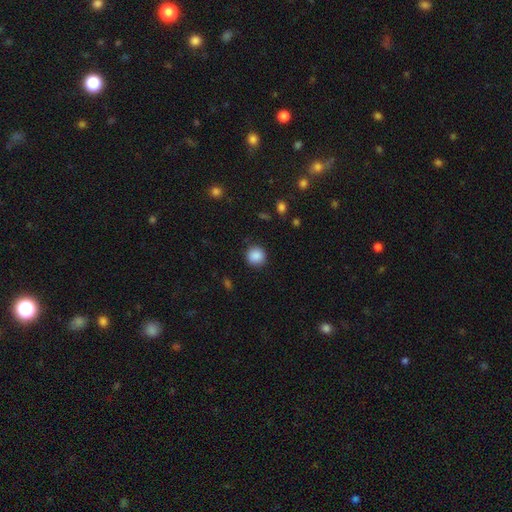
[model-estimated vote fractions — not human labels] A smooth galaxy with no disk features (88%) that is round (92%).

Vote fractions:
- Smooth or featured? smooth: 88% / star or artifact: 9% / featured or disk: 3%
- How rounded? round: 92% / in between: 7% / cigar-shaped: 1%
- Merging? none: 89% / minor disturbance: 7% / major disturbance: 3% / merger: 1%